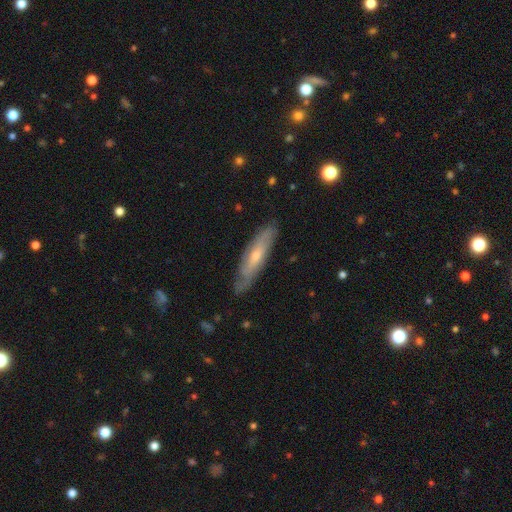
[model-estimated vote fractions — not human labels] Smooth or featured? featured or disk (56%)
Edge-on disk? yes (53%)
Merging? none (79%)